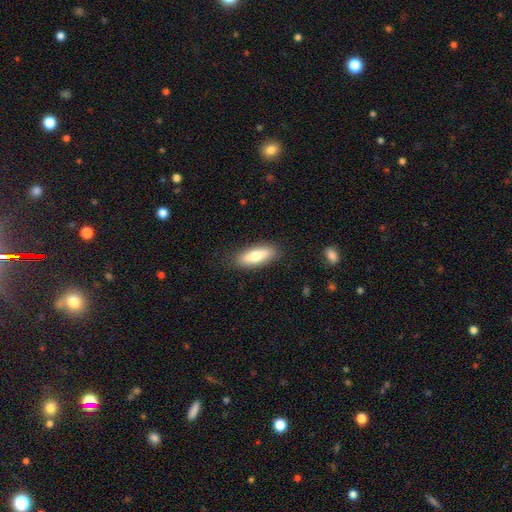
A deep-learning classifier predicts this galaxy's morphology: This is likely a smooth galaxy (73%). How rounded: likely in between (63%). Merging: clearly none (86%).